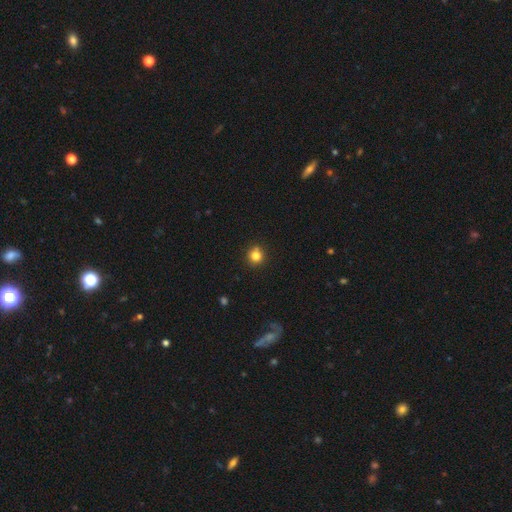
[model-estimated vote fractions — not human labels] Morphology: type=smooth (81%); roundness=round (89%); merging=none (84%).